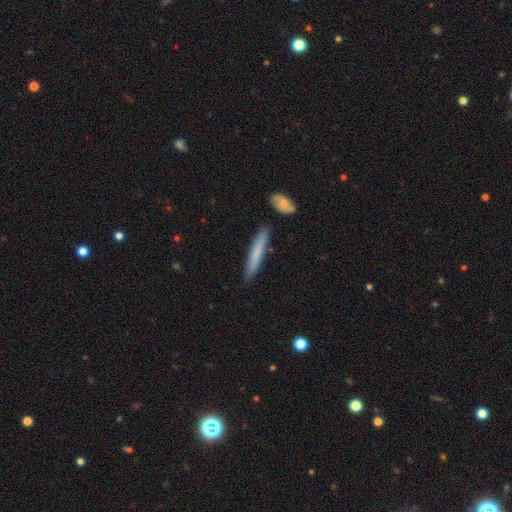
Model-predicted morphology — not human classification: Overall: smooth (72%). How rounded: cigar-shaped (94%). Merging: none (85%).